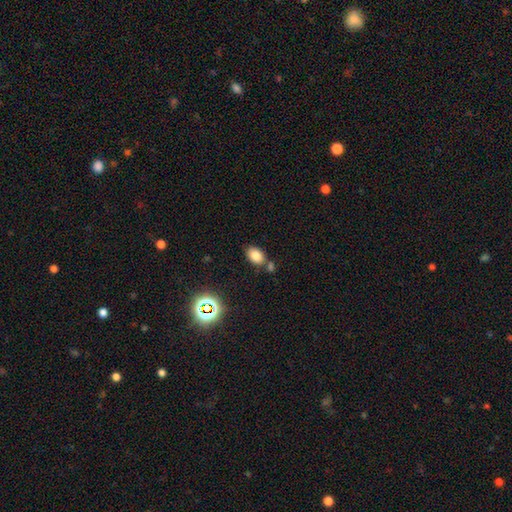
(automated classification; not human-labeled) Smooth or featured? smooth (79%)
How rounded? in between (84%)
Merging? none (68%)